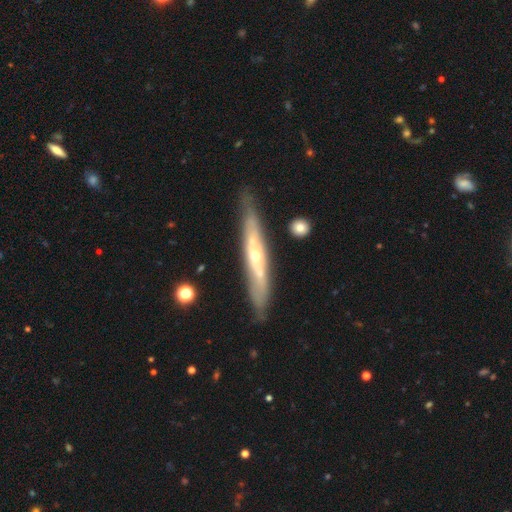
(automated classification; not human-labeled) smooth_or_featured: featured or disk (p=0.71) [alt: smooth p=0.23]
disk_edge_on: yes (p=0.71) [alt: no p=0.29]
edge_on_bulge: rounded (p=0.72) [alt: none p=0.26]
merging: none (p=0.79) [alt: minor disturbance p=0.14]